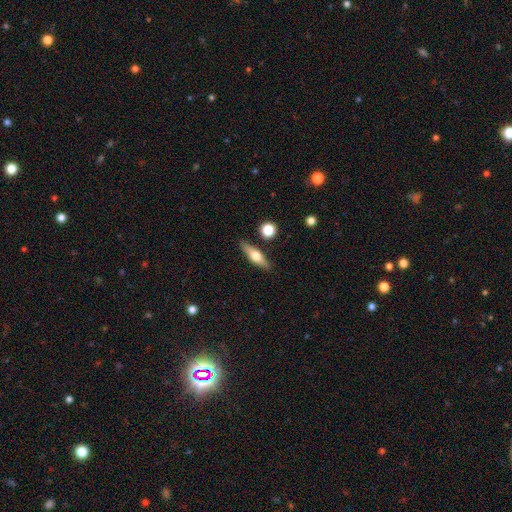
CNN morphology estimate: The model was most divided on "smooth or featured": featured or disk: 51%, smooth: 43%, star or artifact: 7%. More confident: edge-on disk — yes (91%); merging — none (84%).